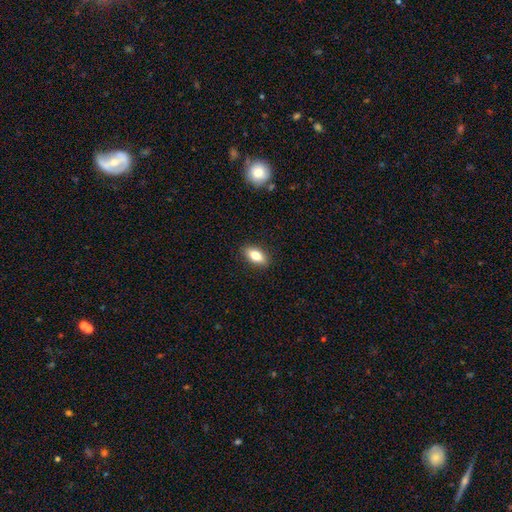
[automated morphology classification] A smooth galaxy with no disk features (78%) that is in between round and cigar-shaped (86%).

Vote fractions:
- Smooth or featured? smooth: 78% / featured or disk: 14% / star or artifact: 8%
- How rounded? in between: 86% / cigar-shaped: 9% / round: 5%
- Merging? none: 89% / minor disturbance: 8% / major disturbance: 2% / merger: 1%